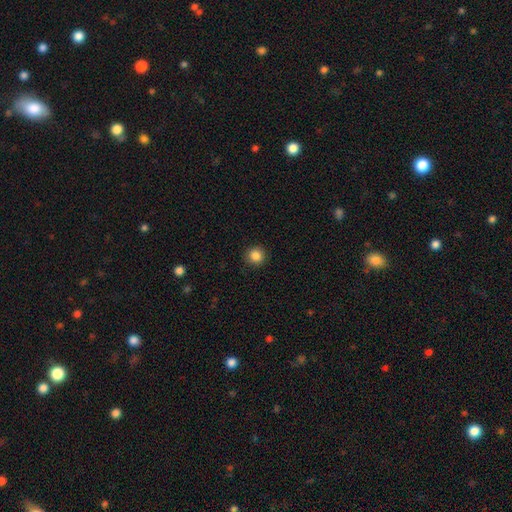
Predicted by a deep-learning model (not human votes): Smooth or featured? Predicted: smooth (p=0.86). How rounded? Predicted: round (p=0.94). Merging? Predicted: none (p=0.92).